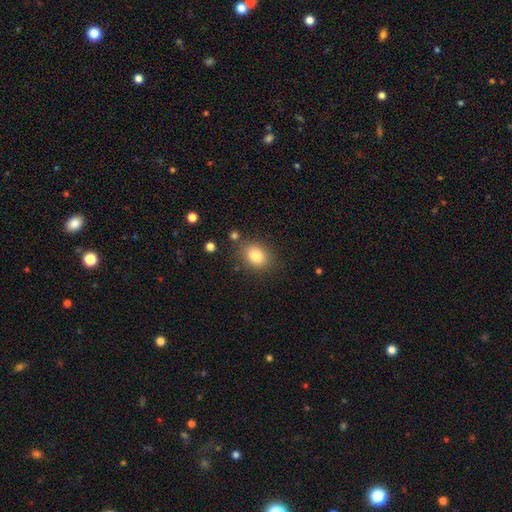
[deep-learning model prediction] smooth-or-featured: smooth: 83% | star or artifact: 10% | featured or disk: 7%
  how-rounded: in between: 56% | round: 43% | cigar-shaped: 1%
  merging: none: 80% | minor disturbance: 12% | merger: 4% | major disturbance: 4%